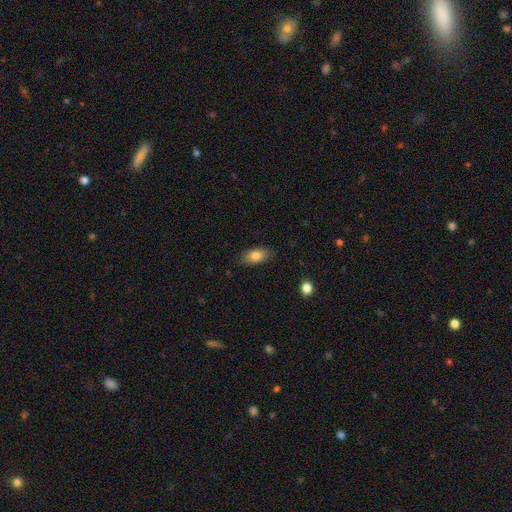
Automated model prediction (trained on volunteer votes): The model was most divided on "smooth or featured": smooth: 82%, featured or disk: 11%, star or artifact: 8%. More confident: how rounded — in between (89%); merging — none (84%).